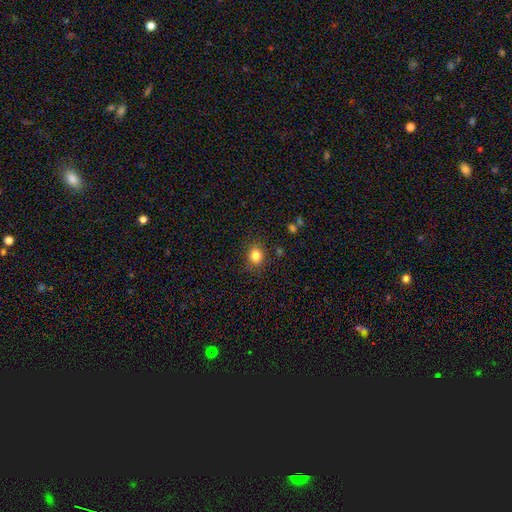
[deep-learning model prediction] Q: Smooth or featured?
A: smooth (83%); runner-up: star or artifact (11%)
Q: How rounded?
A: round (70%); runner-up: in between (29%)
Q: Merging?
A: none (85%); runner-up: minor disturbance (10%)